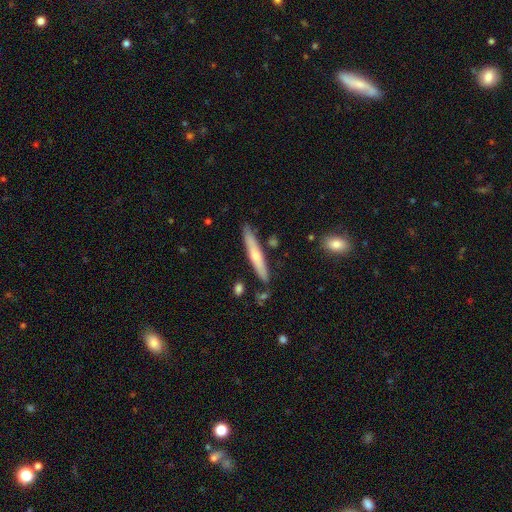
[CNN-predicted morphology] Smooth or featured? smooth (51%)
How rounded? cigar-shaped (93%)
Merging? none (84%)